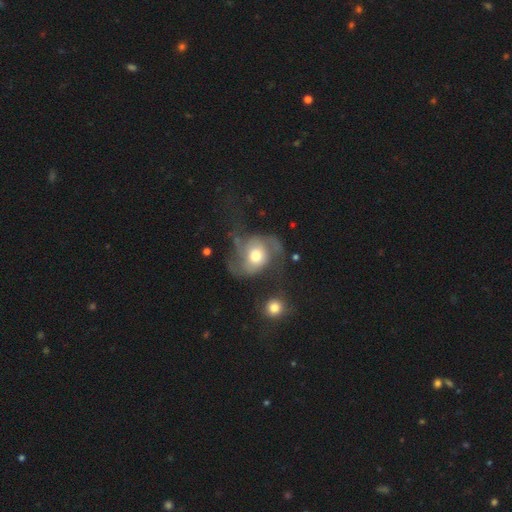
Q: Smooth or featured?
A: featured or disk (57%); runner-up: smooth (38%)
Q: Edge-on disk?
A: no (100%)
Q: Bar?
A: no (81%); runner-up: weak (19%)
Q: Spiral arms?
A: yes (67%); runner-up: no (33%)
Q: Spiral winding?
A: medium (57%); runner-up: loose (36%)
Q: Spiral arm count?
A: 2 (57%); runner-up: 3 (36%)
Q: Bulge size?
A: moderate (43%); runner-up: large (33%)
Q: Merging?
A: minor disturbance (34%); tied with: major disturbance (34%)